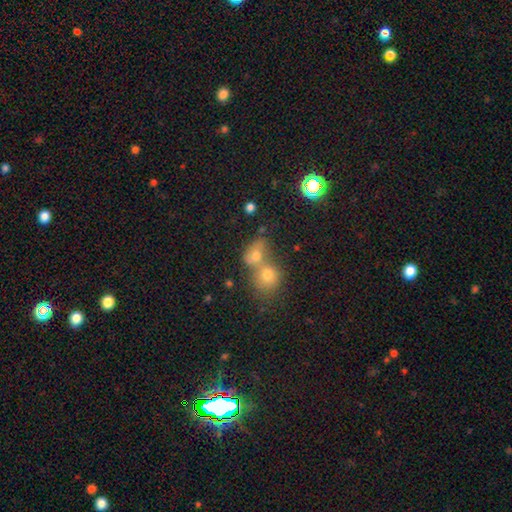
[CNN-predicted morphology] type=smooth (69%); roundness=in between (54%); merging=merger (65%).